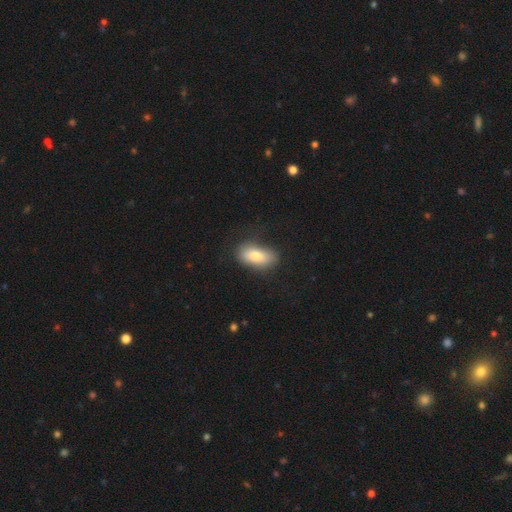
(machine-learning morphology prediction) Smooth or featured? smooth (76%)
How rounded? in between (87%)
Merging? none (72%)